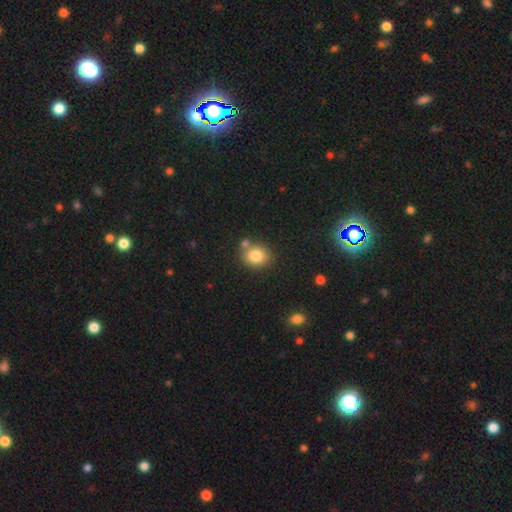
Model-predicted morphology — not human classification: Smooth or featured?
  - smooth: 82% *
  - star or artifact: 10%
  - featured or disk: 8%
How rounded?
  - round: 71% *
  - in between: 28%
  - cigar-shaped: 1%
Merging?
  - none: 67% *
  - merger: 19%
  - minor disturbance: 11%
  - major disturbance: 3%